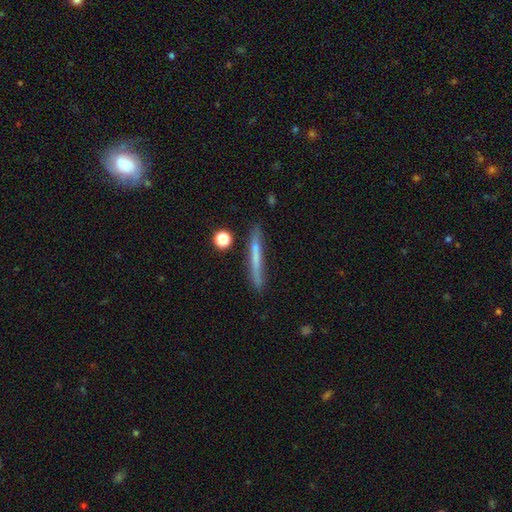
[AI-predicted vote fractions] Smooth or featured? Predicted: smooth (p=0.56). How rounded? Predicted: cigar-shaped (p=0.95). Merging? Predicted: none (p=0.80).